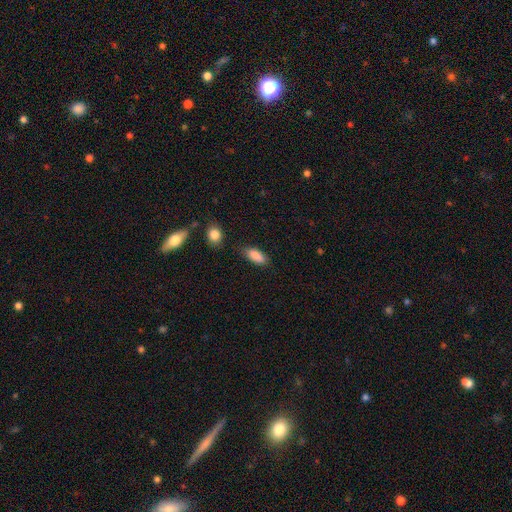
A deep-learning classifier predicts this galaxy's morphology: This appears to be a smooth galaxy with no disk features (87%) that is in between round and cigar-shaped (83%). Merging: none (78%).